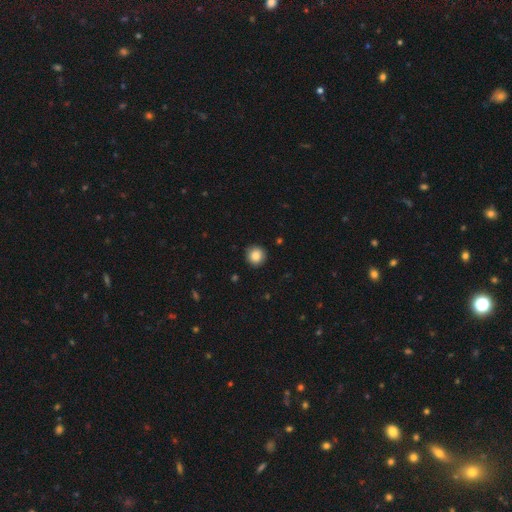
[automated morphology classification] A smooth galaxy with no disk features (86%) that is round (95%).

Vote fractions:
- Smooth or featured? smooth: 86% / star or artifact: 9% / featured or disk: 5%
- How rounded? round: 95% / in between: 4% / cigar-shaped: 1%
- Merging? none: 90% / minor disturbance: 7% / major disturbance: 2% / merger: 1%